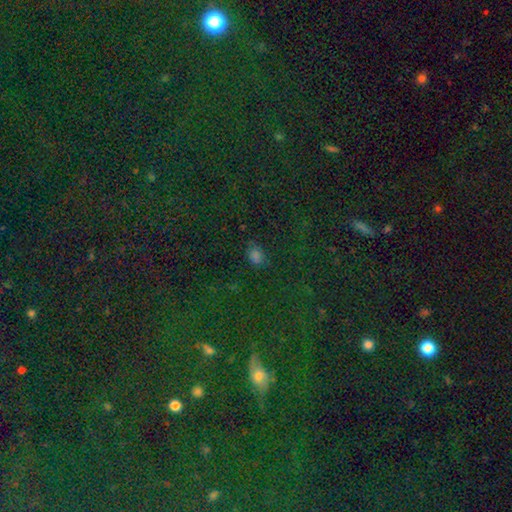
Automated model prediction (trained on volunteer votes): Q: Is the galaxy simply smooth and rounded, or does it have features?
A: smooth — 61%.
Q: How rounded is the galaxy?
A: in between — 68%.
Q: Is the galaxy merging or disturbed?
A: none — 74%.